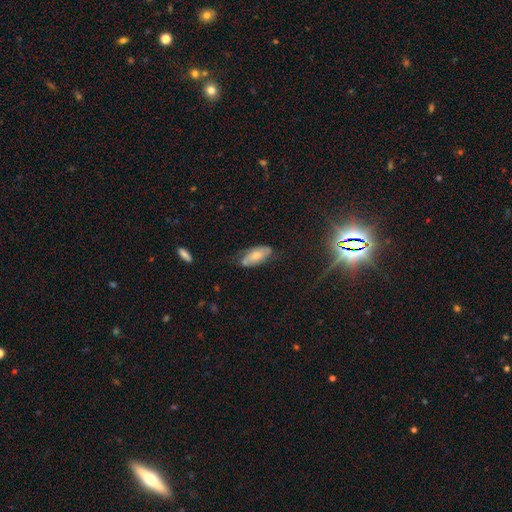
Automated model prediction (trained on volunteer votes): smooth 56%, featured or disk 37%, star or artifact 7%. Down the decision tree: how rounded — in between (85%); merging — none (61%).